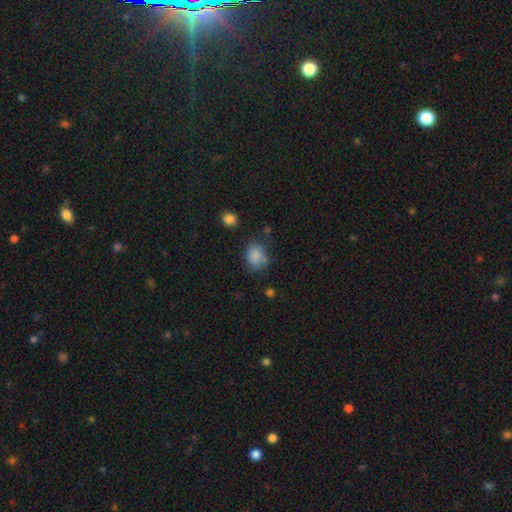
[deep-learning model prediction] The model was most divided on "how rounded": in between: 50%, round: 49%, cigar-shaped: 1%. More confident: smooth or featured — smooth (84%); merging — none (67%).